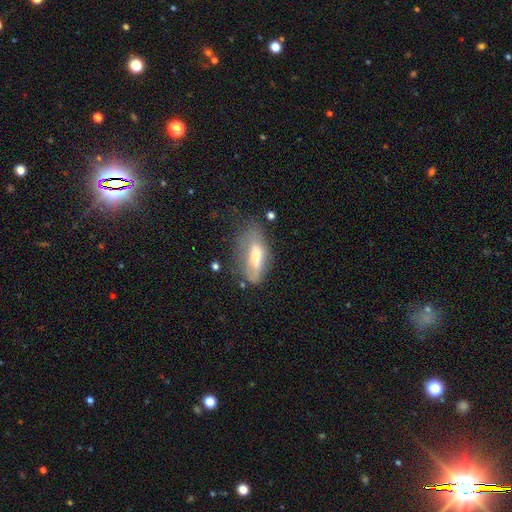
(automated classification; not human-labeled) Smooth or featured: featured or disk — 41% (tied with smooth — 41%)
Merging: none — 61% (minor disturbance — 25%)